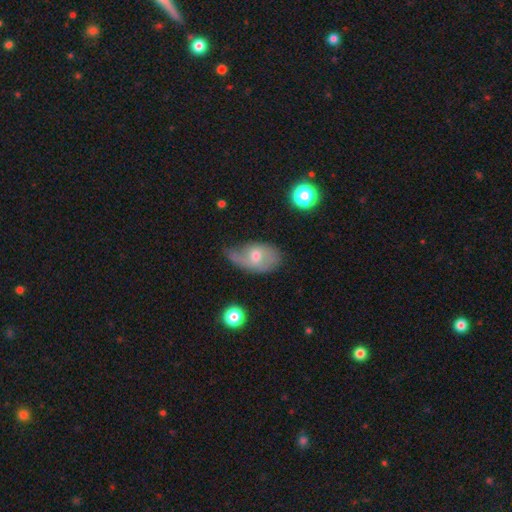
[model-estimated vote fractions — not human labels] Overall: featured or disk (47%; smooth 45%). Merging: minor disturbance (42%; none 32%).